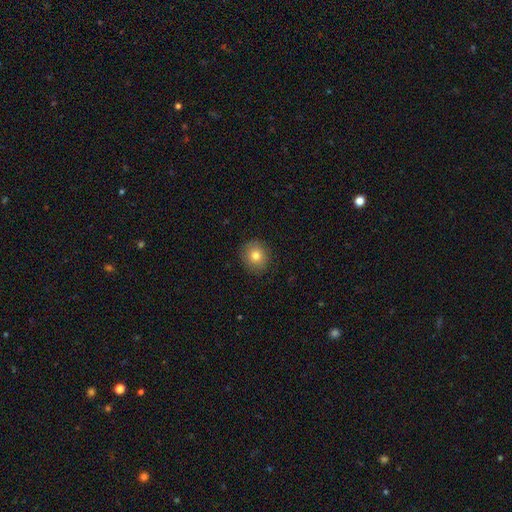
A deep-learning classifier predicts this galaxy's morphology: Q: Smooth or featured?
A: smooth (78%); runner-up: star or artifact (11%)
Q: How rounded?
A: round (85%); runner-up: in between (14%)
Q: Merging?
A: none (89%); runner-up: minor disturbance (7%)